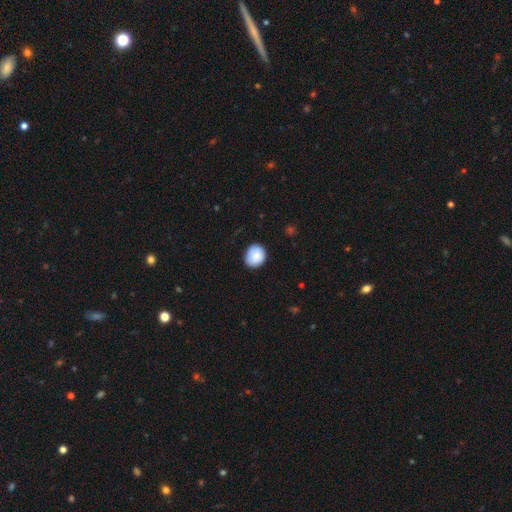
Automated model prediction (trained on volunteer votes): Smooth or featured? smooth (85%)
How rounded? round (71%)
Merging? none (79%)